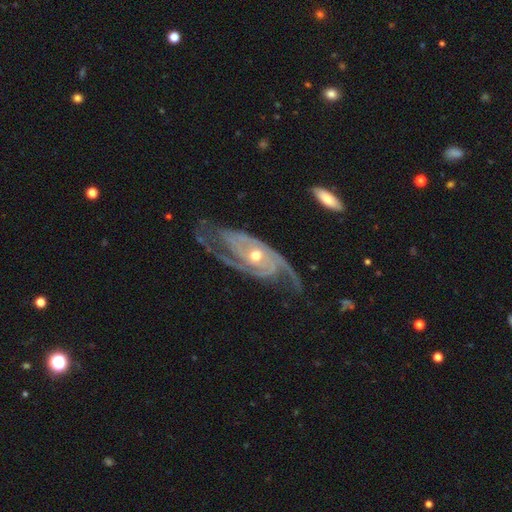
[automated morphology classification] The model was most divided on "spiral winding": tight: 47%, medium: 39%, loose: 14%. Remaining: spiral arms — yes (98%); edge-on disk — no (95%); smooth or featured — featured or disk (92%); bar — no (71%); merging — none (64%); bulge size — moderate (62%); spiral arm count — 2 (46%).